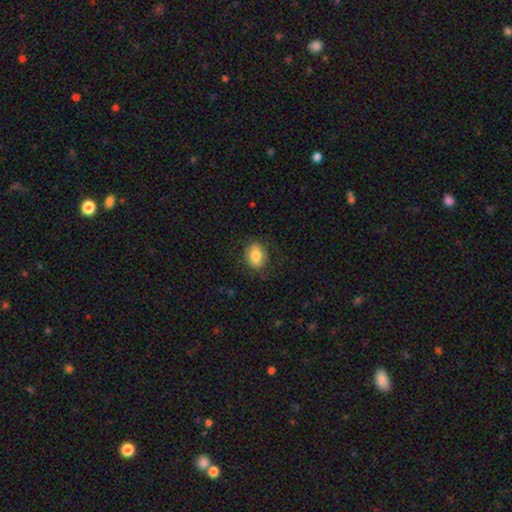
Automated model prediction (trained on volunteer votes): A smooth galaxy with no disk features (79%) that is round (51%). Merging: none (80%).